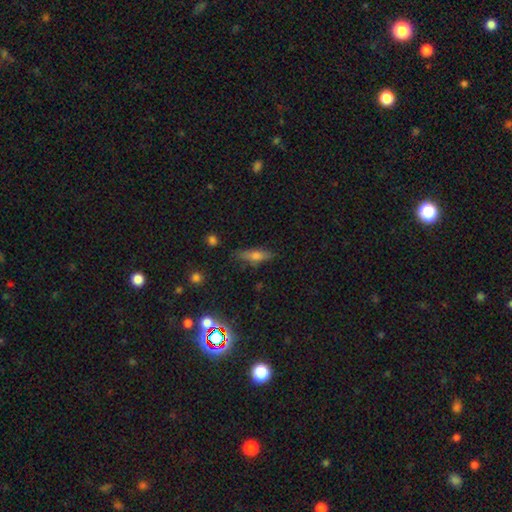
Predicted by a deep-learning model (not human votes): Smooth or featured? smooth (56%)
How rounded? cigar-shaped (56%)
Merging? none (79%)